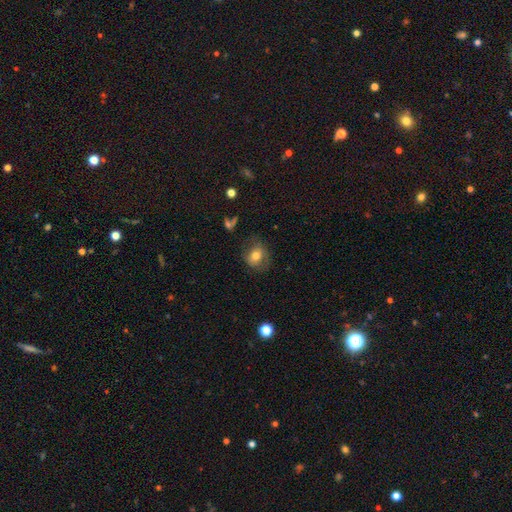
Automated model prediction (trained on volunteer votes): Smooth or featured? Predicted: smooth (p=0.64). How rounded? Predicted: round (p=0.60). Merging? Predicted: none (p=0.64).